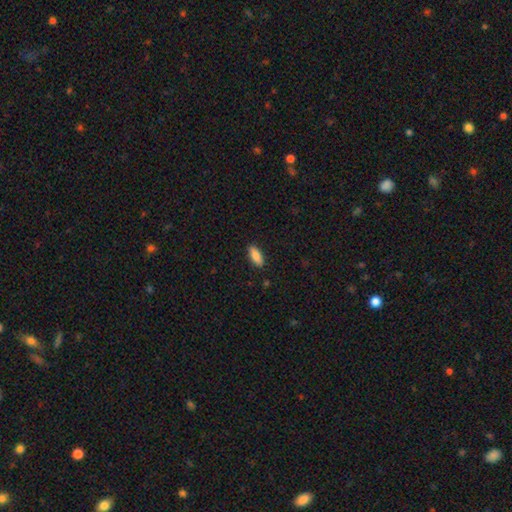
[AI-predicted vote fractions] This is clearly a smooth galaxy (87%). How rounded: likely in between (77%). Merging: clearly none (89%).